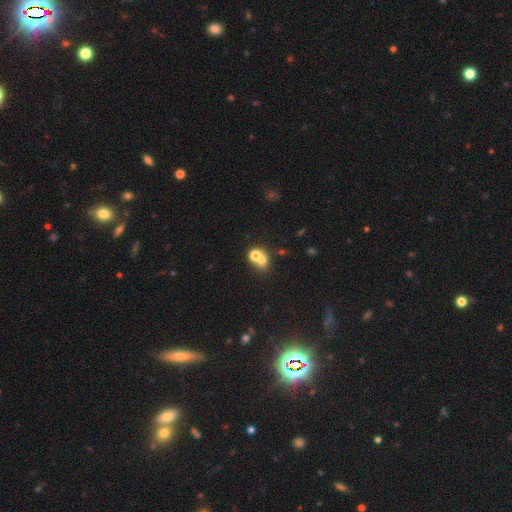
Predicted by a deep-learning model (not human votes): Smooth or featured: smooth — 65% (star or artifact — 19%)
How rounded: round — 69% (in between — 30%)
Merging: merger — 52% (none — 37%)